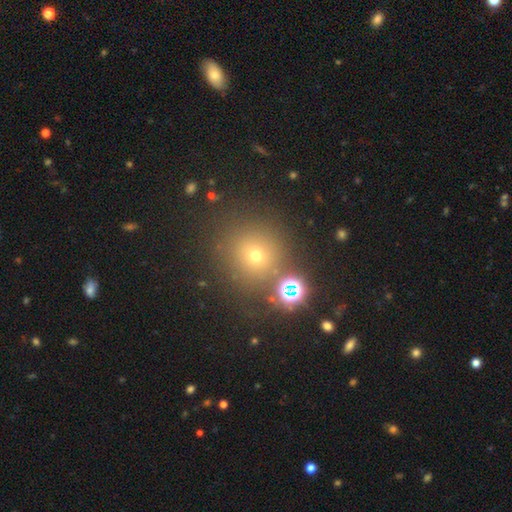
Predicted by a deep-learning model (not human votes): Smooth or featured: smooth — 57% (star or artifact — 33%)
How rounded: round — 91% (in between — 8%)
Merging: none — 79% (merger — 9%)